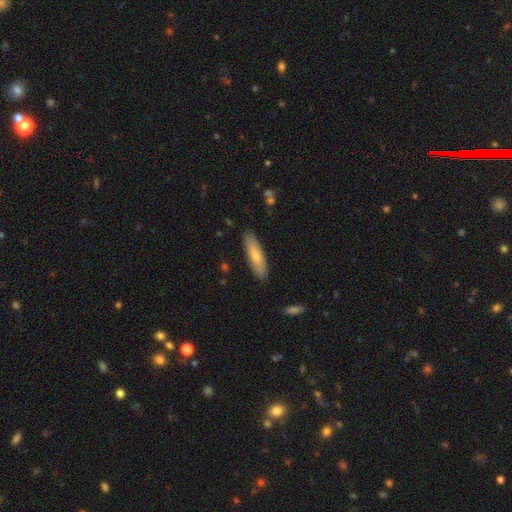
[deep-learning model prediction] smooth 69%, featured or disk 26%, star or artifact 5%. Down the decision tree: how rounded — cigar-shaped (60%); merging — none (87%).